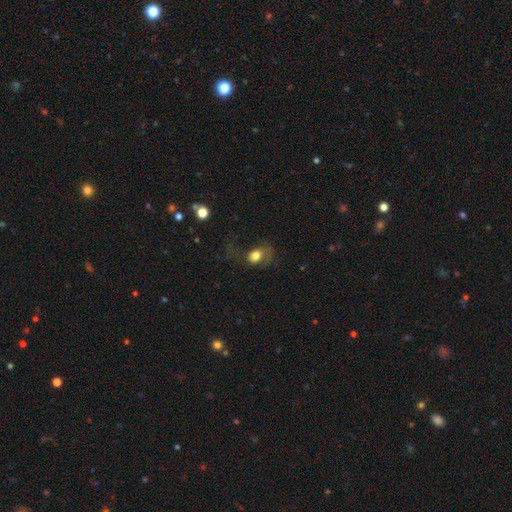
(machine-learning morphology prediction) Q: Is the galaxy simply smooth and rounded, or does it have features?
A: smooth — 73%.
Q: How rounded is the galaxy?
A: in between — 53%.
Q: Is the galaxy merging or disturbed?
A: major disturbance — 42%.